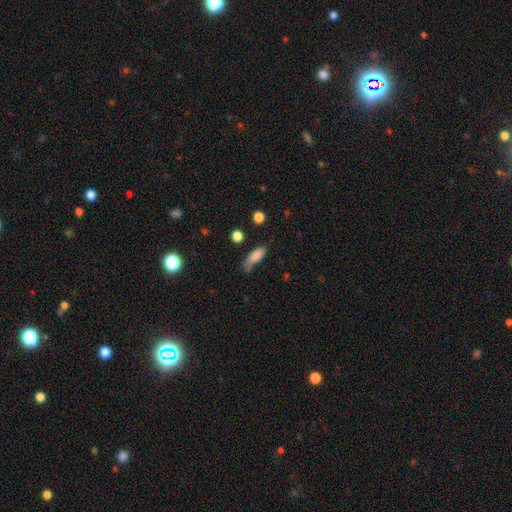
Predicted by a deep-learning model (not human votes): Smooth or featured?
  - smooth: 81% *
  - featured or disk: 10%
  - star or artifact: 9%
How rounded?
  - in between: 65% *
  - cigar-shaped: 32%
  - round: 3%
Merging?
  - none: 51% *
  - minor disturbance: 33%
  - major disturbance: 11%
  - merger: 5%